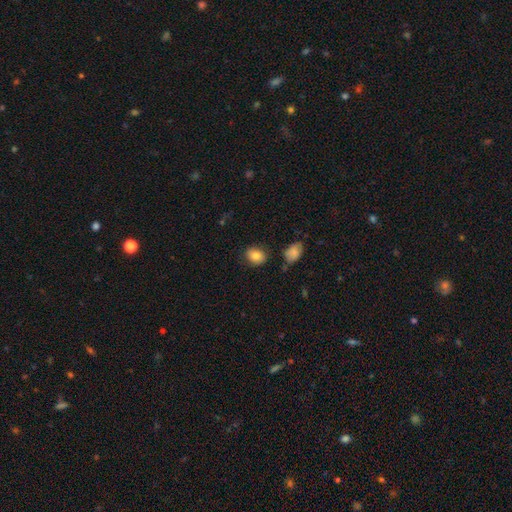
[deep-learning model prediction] The model was most divided on "how rounded": in between: 51%, round: 48%, cigar-shaped: 1%. More confident: smooth or featured — smooth (83%); merging — none (79%).